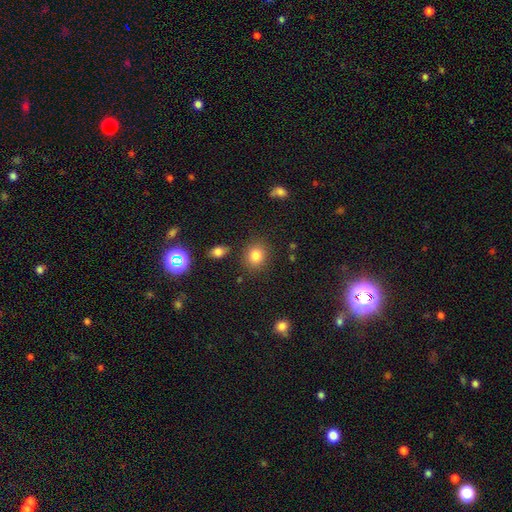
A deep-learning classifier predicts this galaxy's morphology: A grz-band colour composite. It shows a smooth galaxy with no disk features (83%) that is round (73%). Merging: none (84%).